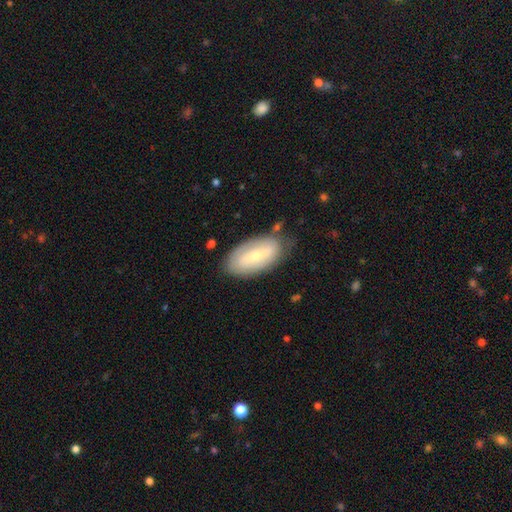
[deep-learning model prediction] This is possibly a featured or disk galaxy (49%). Merging: likely none (78%).